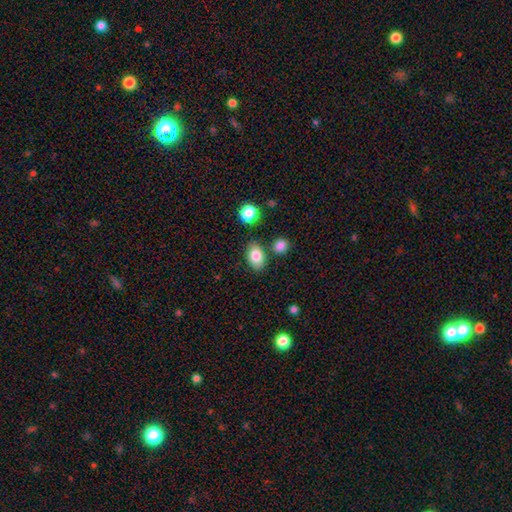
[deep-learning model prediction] The model was most divided on "merging": none: 79%, minor disturbance: 11%, merger: 7%, major disturbance: 3%. More confident: how rounded — in between (85%); smooth or featured — smooth (83%).